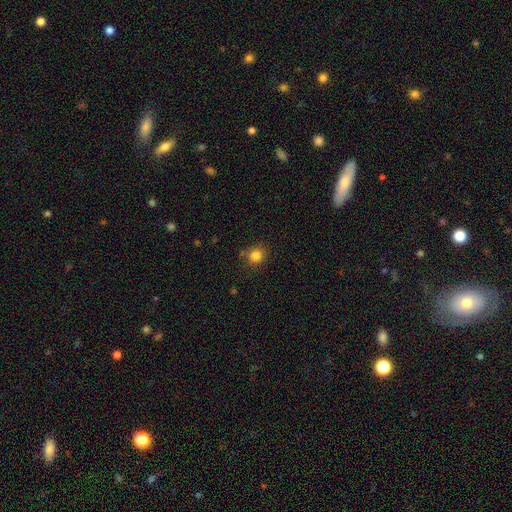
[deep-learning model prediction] Smooth or featured? Predicted: smooth (p=0.83). How rounded? Predicted: round (p=0.85). Merging? Predicted: none (p=0.80).